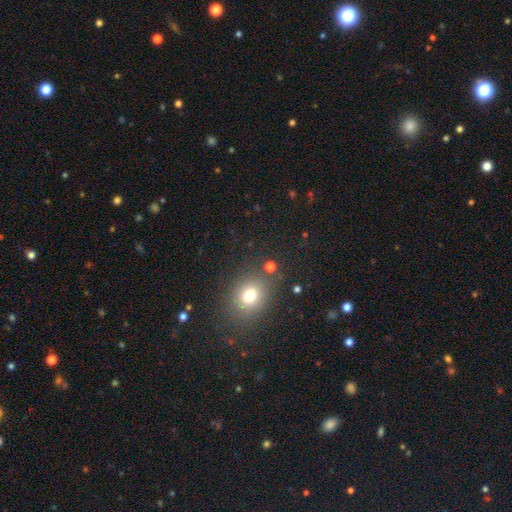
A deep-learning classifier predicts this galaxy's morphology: A smooth galaxy with no disk features (64%) that is round (70%).

Vote fractions:
- Smooth or featured? smooth: 64% / star or artifact: 28% / featured or disk: 8%
- How rounded? round: 70% / in between: 29% / cigar-shaped: 1%
- Merging? none: 86% / minor disturbance: 8% / major disturbance: 3% / merger: 3%